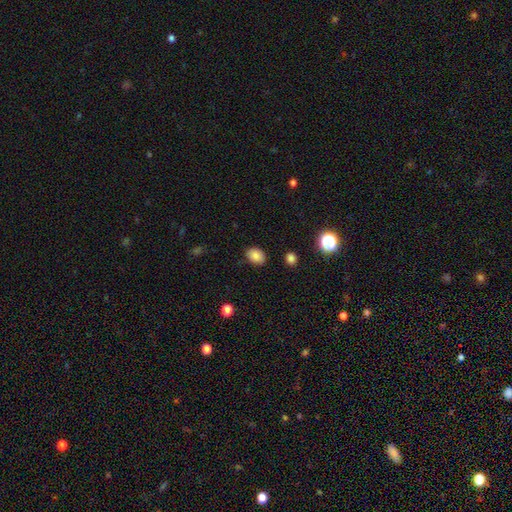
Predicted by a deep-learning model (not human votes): Q: Smooth or featured?
A: smooth (84%); runner-up: star or artifact (10%)
Q: How rounded?
A: in between (73%); runner-up: round (26%)
Q: Merging?
A: none (86%); runner-up: minor disturbance (10%)